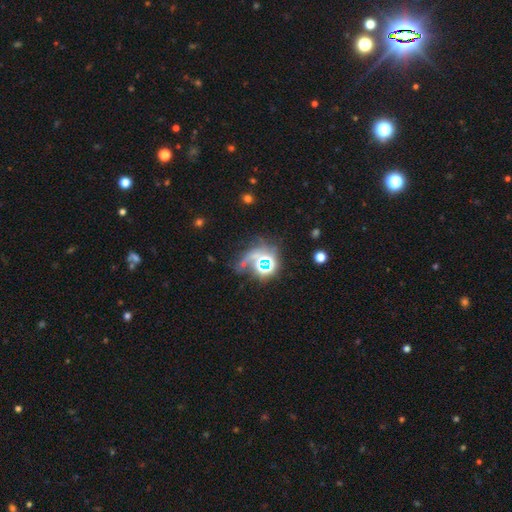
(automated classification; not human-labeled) Morphology: type=star or artifact (65%).